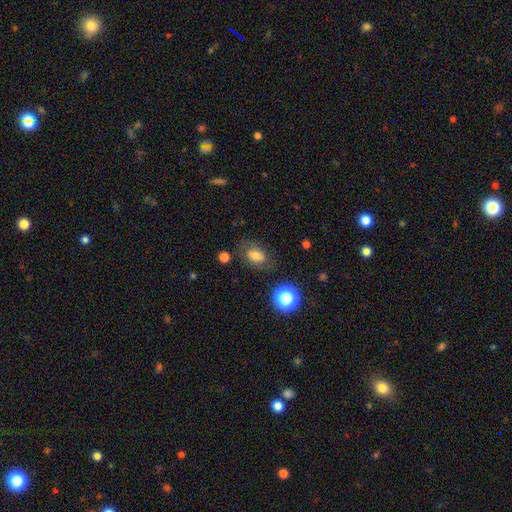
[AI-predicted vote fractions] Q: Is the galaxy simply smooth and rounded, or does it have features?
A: smooth — 72%.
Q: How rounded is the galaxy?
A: in between — 78%.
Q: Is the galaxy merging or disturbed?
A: none — 69%.